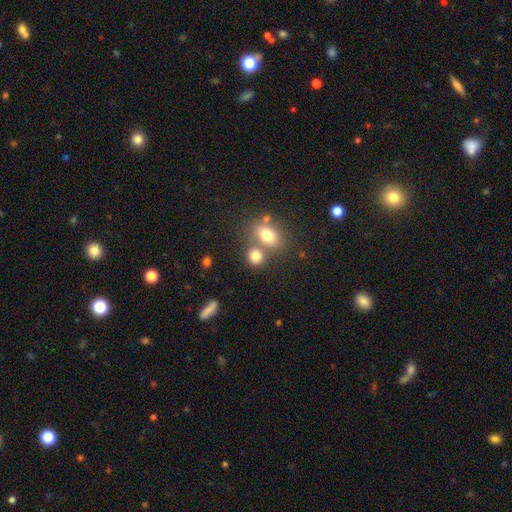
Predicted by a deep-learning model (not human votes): Smooth or featured? smooth (78%)
How rounded? round (59%)
Merging? none (52%)